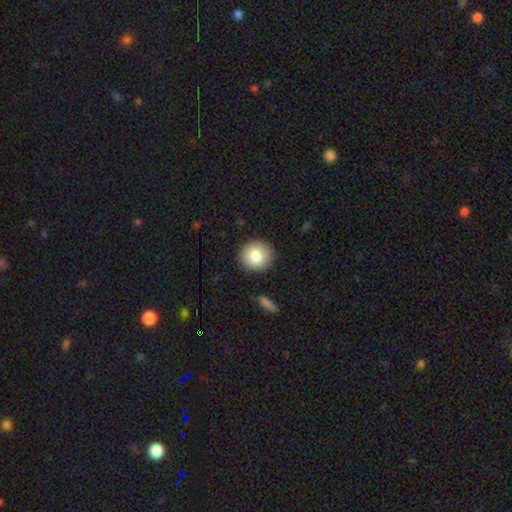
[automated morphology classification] Smooth or featured? Predicted: smooth (p=0.81). How rounded? Predicted: round (p=0.90). Merging? Predicted: none (p=0.90).